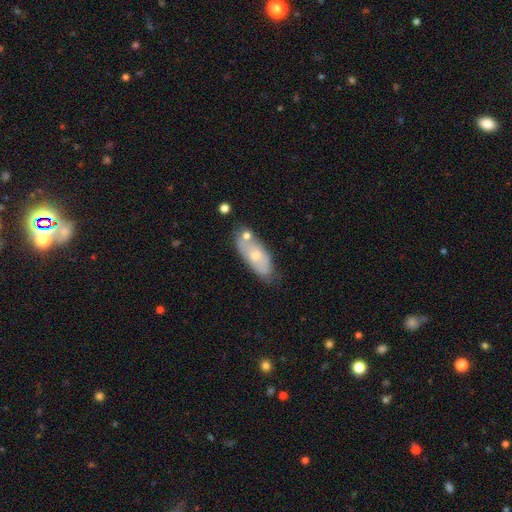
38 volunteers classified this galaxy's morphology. smooth 63%, featured or disk 32%, star or artifact 5%. Down the decision tree: how rounded — in between (62%); merging — none (50%).